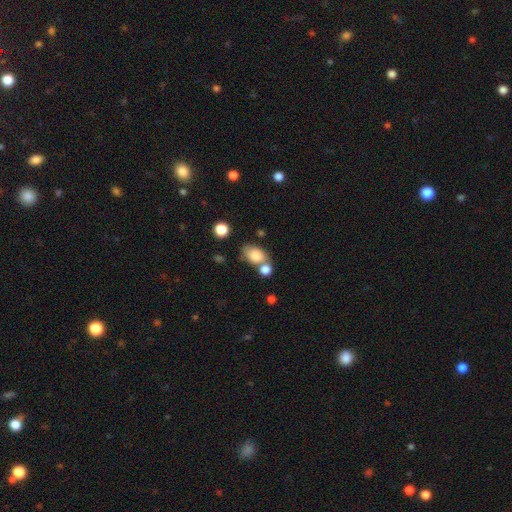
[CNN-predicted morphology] The model was most divided on "merging": none: 46%, merger: 31%, minor disturbance: 17%, major disturbance: 7%. More confident: smooth or featured — smooth (81%); how rounded — in between (78%).